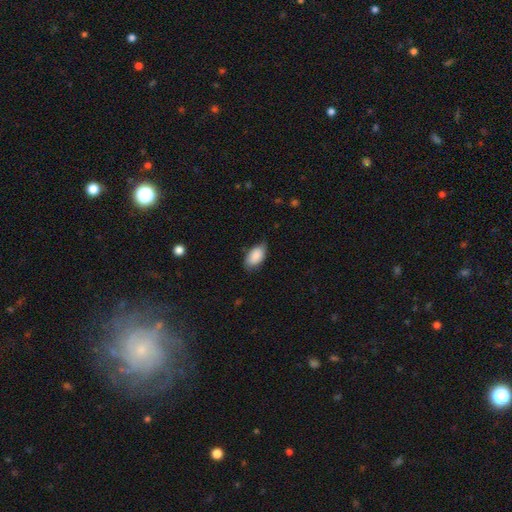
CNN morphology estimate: smooth_or_featured: smooth (p=0.88) [alt: featured or disk p=0.06]
how_rounded: in between (p=0.94) [alt: round p=0.04]
merging: none (p=0.69) [alt: minor disturbance p=0.25]